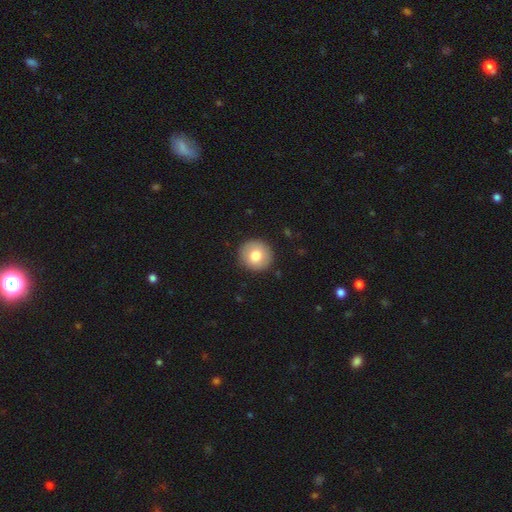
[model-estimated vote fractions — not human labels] Smooth or featured: smooth — 78% (featured or disk — 14%)
How rounded: round — 94% (in between — 5%)
Merging: none — 91% (minor disturbance — 6%)